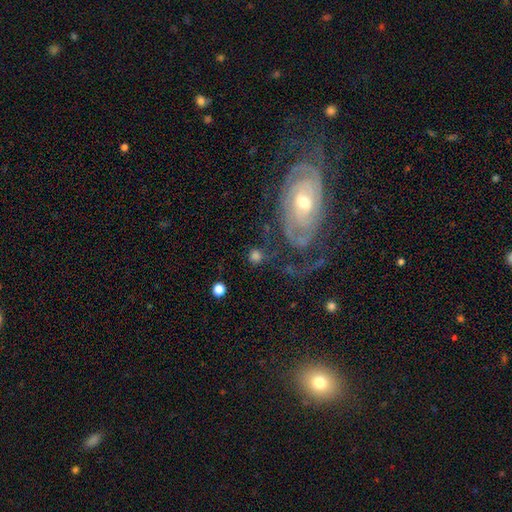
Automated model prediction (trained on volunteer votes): Smooth or featured?
  - smooth: 60% *
  - featured or disk: 26%
  - star or artifact: 14%
How rounded?
  - round: 85% *
  - in between: 13%
  - cigar-shaped: 2%
Merging?
  - none: 67% *
  - minor disturbance: 14%
  - major disturbance: 12%
  - merger: 7%